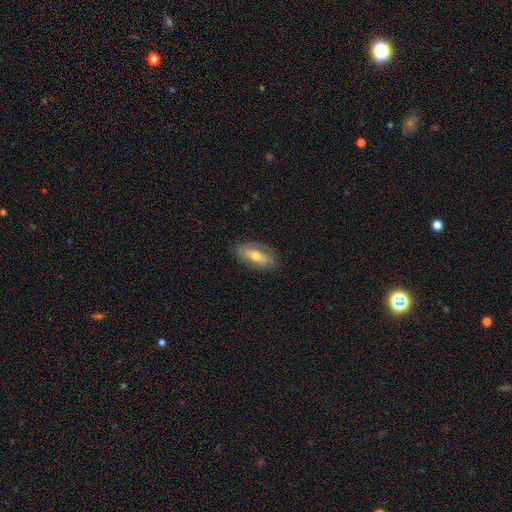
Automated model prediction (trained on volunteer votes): This is possibly a featured or disk galaxy (51%). It is likely not viewed edge-on (73%). Merging: likely none (80%).